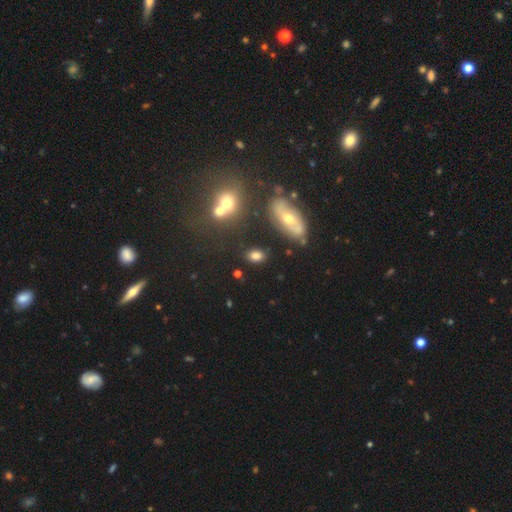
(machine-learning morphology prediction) Smooth or featured? smooth (76%)
How rounded? in between (80%)
Merging? none (75%)